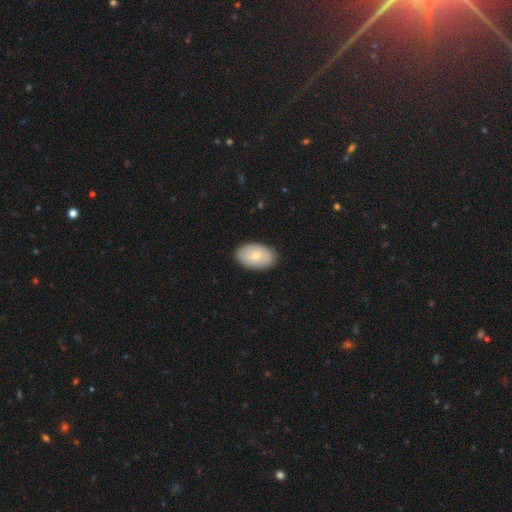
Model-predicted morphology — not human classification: smooth_or_featured: smooth (p=0.72) [alt: featured or disk p=0.22]
how_rounded: in between (p=0.92) [alt: round p=0.07]
merging: none (p=0.88) [alt: minor disturbance p=0.09]